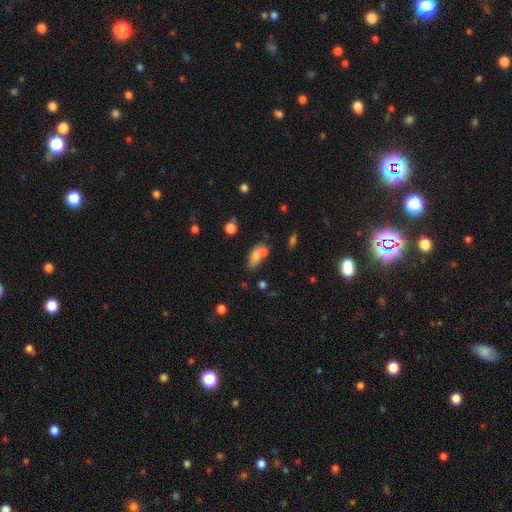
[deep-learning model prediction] Smooth or featured? smooth (73%)
How rounded? in between (80%)
Merging? merger (40%)